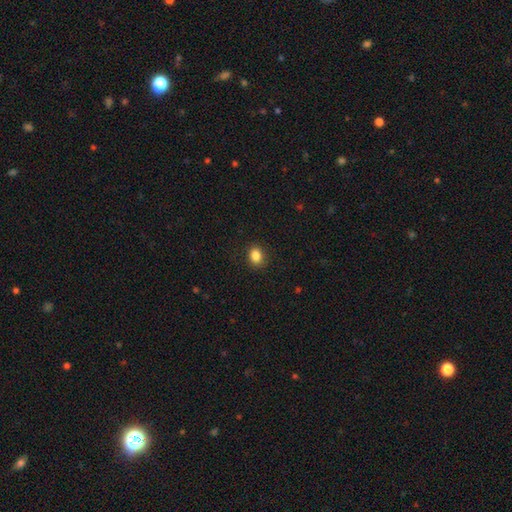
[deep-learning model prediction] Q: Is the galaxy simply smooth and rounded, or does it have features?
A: smooth — 85%.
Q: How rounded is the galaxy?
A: round — 52%.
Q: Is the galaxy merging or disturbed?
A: none — 89%.